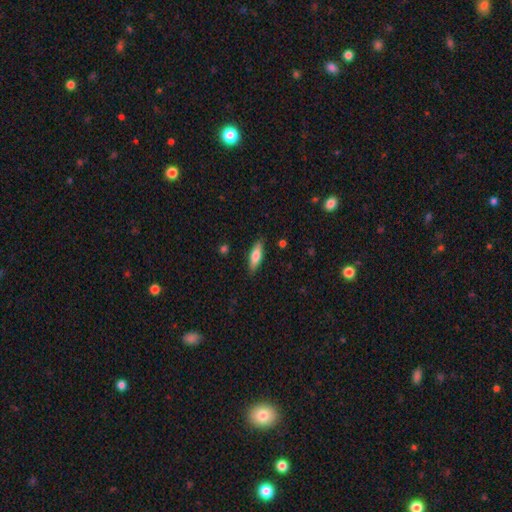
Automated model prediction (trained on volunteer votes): smooth-or-featured: smooth: 66% | featured or disk: 28% | star or artifact: 6%
  how-rounded: cigar-shaped: 50% | in between: 47% | round: 2%
  merging: none: 87% | minor disturbance: 10% | major disturbance: 2% | merger: 1%